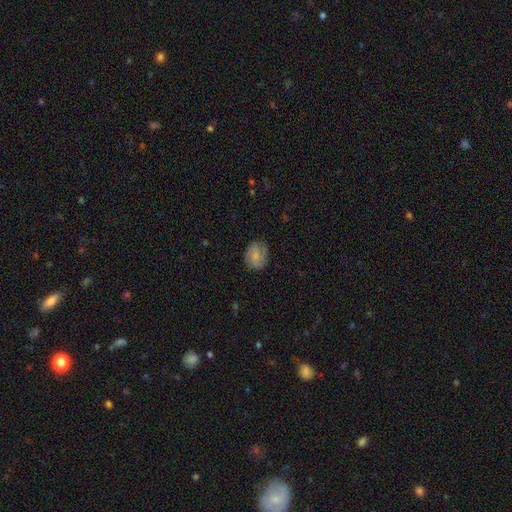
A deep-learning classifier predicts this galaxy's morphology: This appears to be a smooth galaxy with no disk features (58%) that is in between round and cigar-shaped (50%). Merging: none (72%).